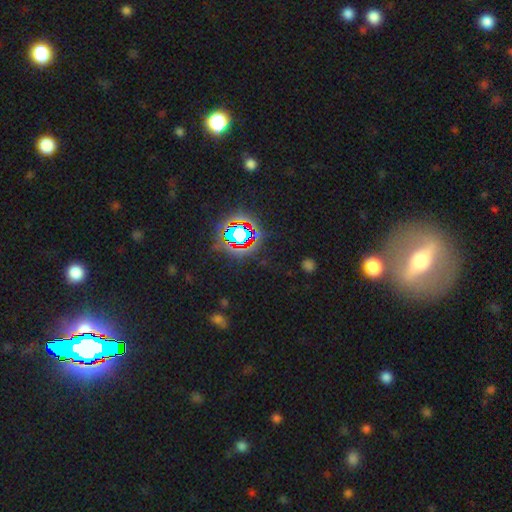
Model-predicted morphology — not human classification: Overall: star or artifact (63%).